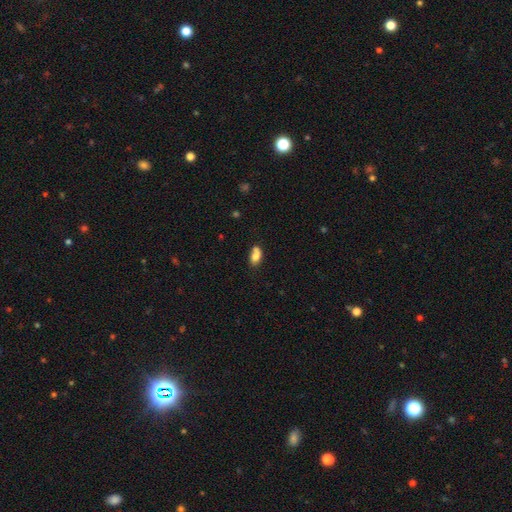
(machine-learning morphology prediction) smooth-or-featured: smooth: 76% | featured or disk: 15% | star or artifact: 9%
  how-rounded: in between: 87% | round: 9% | cigar-shaped: 4%
  merging: none: 46% | minor disturbance: 23% | merger: 23% | major disturbance: 8%